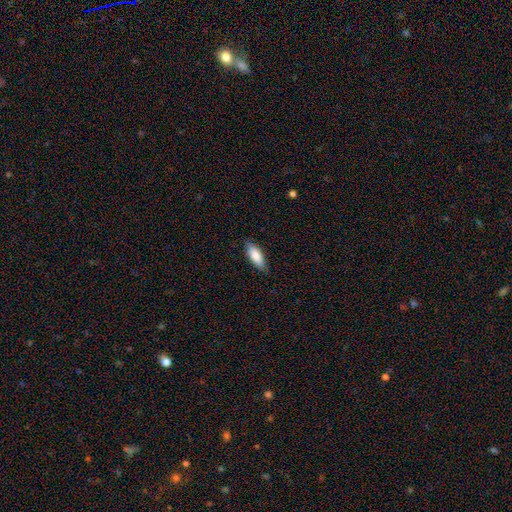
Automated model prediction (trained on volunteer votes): smooth 83%, featured or disk 11%, star or artifact 6%. Down the decision tree: how rounded — in between (71%); merging — none (83%).